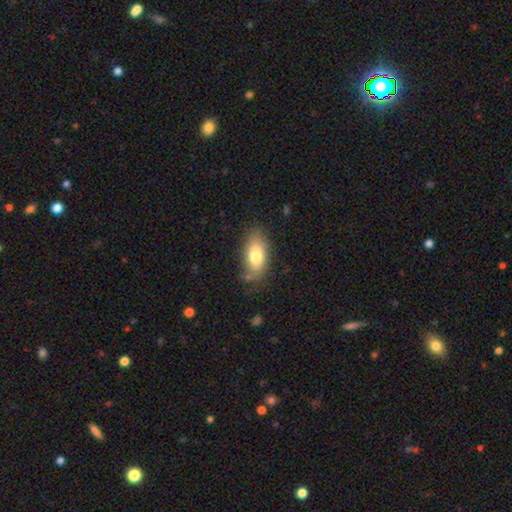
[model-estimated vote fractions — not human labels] Overall: smooth (77%). How rounded: in between (89%). Merging: none (75%).